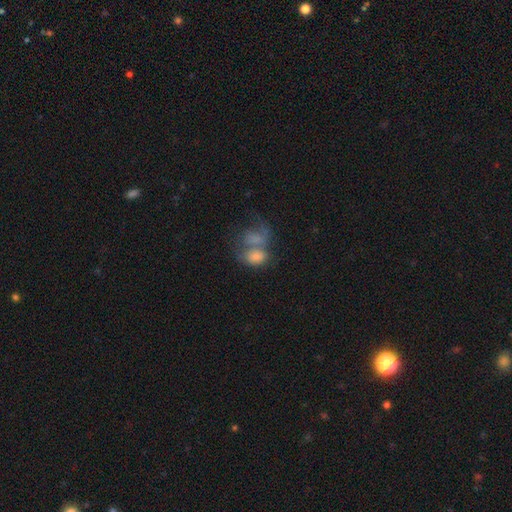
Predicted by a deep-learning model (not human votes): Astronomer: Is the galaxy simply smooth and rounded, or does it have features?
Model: smooth — 64%.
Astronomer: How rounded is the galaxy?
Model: in between — 72%.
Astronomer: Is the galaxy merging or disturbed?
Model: merger — 65%.